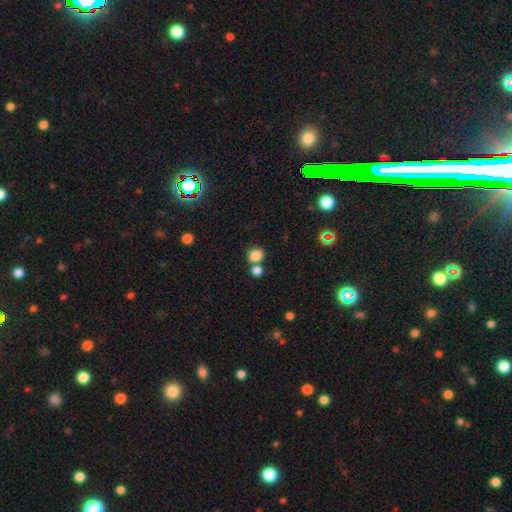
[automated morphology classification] The model was most divided on "merging": none: 54%, merger: 33%, minor disturbance: 9%, major disturbance: 4%. More confident: smooth or featured — smooth (83%); how rounded — round (66%).